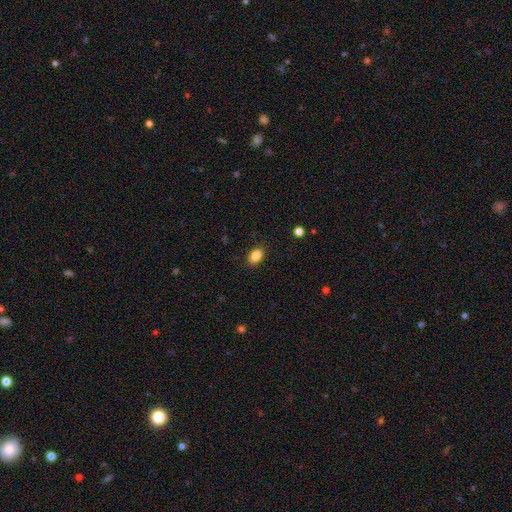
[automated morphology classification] A smooth galaxy with no disk features (85%) that is in between round and cigar-shaped (80%). Merging: none (88%).